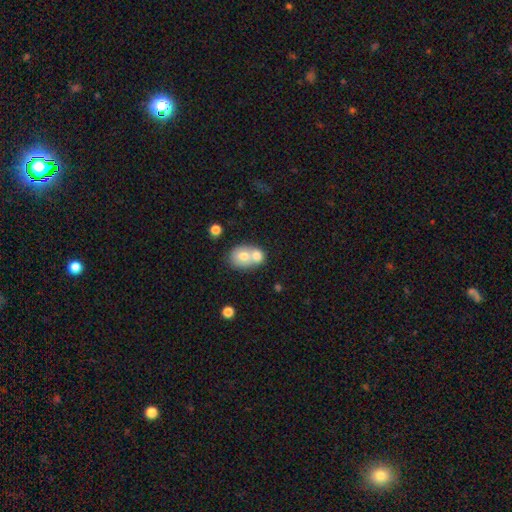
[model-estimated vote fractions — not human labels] The model was most divided on "how rounded": round: 58%, in between: 41%, cigar-shaped: 1%. More confident: smooth or featured — smooth (69%); merging — merger (69%).